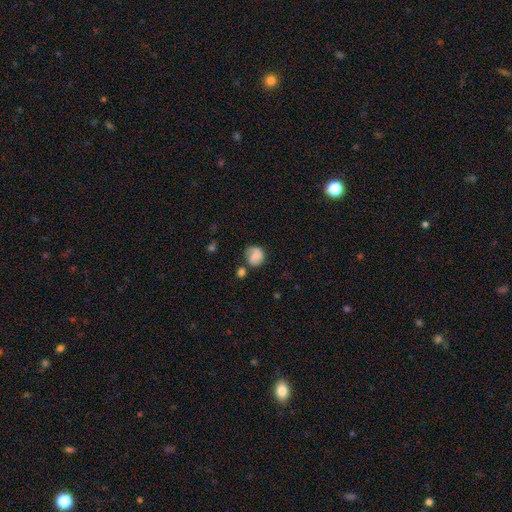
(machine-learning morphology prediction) Q: Smooth or featured?
A: smooth (59%); runner-up: featured or disk (31%)
Q: How rounded?
A: round (75%); runner-up: in between (24%)
Q: Merging?
A: none (51%); runner-up: minor disturbance (26%)